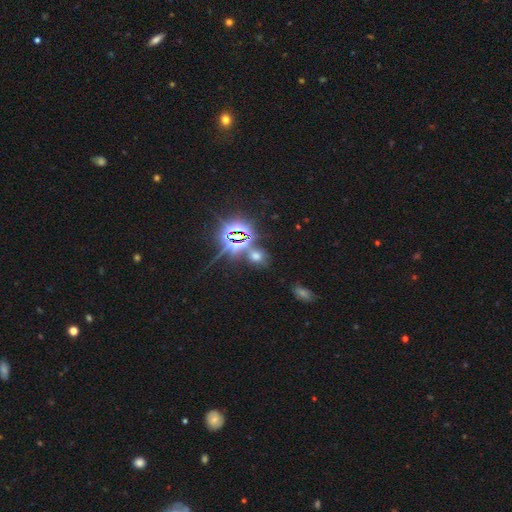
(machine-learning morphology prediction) smooth-or-featured: star or artifact: 53% | smooth: 38% | featured or disk: 9%